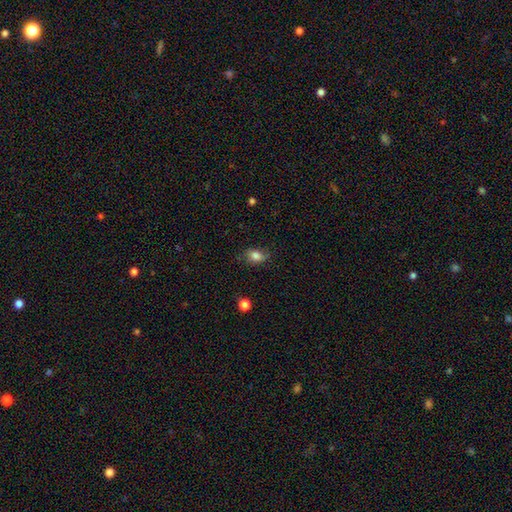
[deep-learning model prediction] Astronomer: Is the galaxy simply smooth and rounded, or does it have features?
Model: smooth — 81%.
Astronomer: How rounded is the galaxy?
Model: in between — 66%.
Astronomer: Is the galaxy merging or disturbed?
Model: none — 64%.